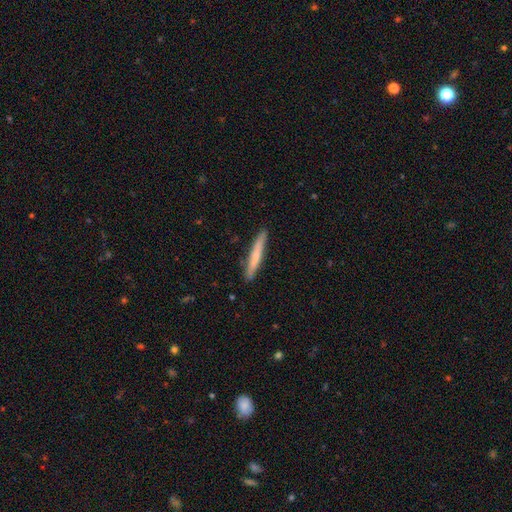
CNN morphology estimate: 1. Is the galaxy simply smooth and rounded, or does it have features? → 66% smooth, 29% featured or disk, 5% star or artifact.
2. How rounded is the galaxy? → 96% cigar-shaped, 3% in between, 1% round.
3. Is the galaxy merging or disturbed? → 90% none, 8% minor disturbance, 1% major disturbance, 1% merger.